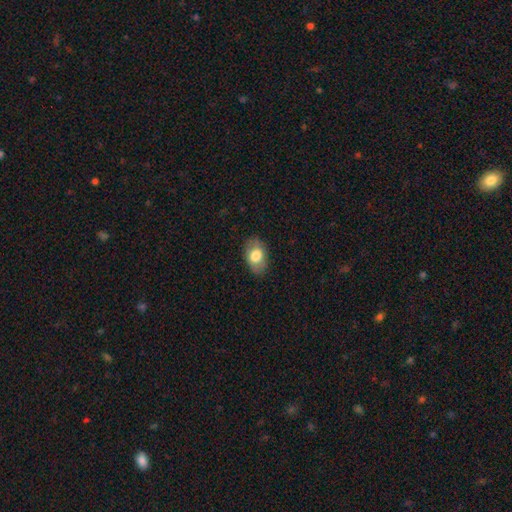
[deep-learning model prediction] A smooth galaxy with no disk features (75%) that is in between round and cigar-shaped (88%). Merging: none (83%).